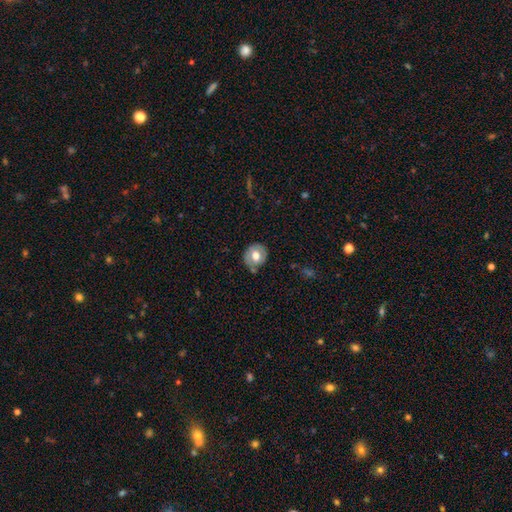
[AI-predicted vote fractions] Overall: smooth (62%; featured or disk 30%). How rounded: round (72%). Merging: none (75%).